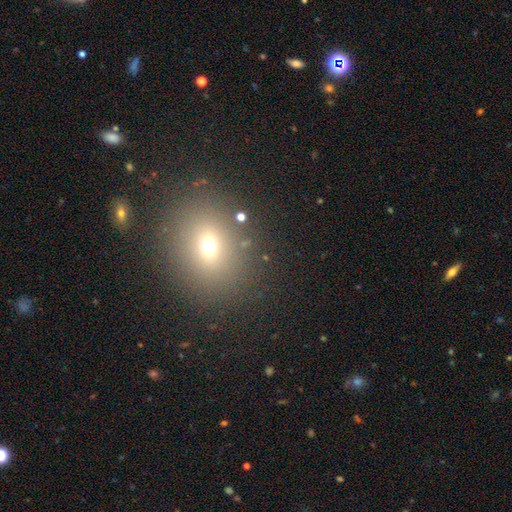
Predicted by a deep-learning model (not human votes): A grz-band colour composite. It shows a smooth galaxy with no disk features (60%) that is round (62%). Merging: none (87%).